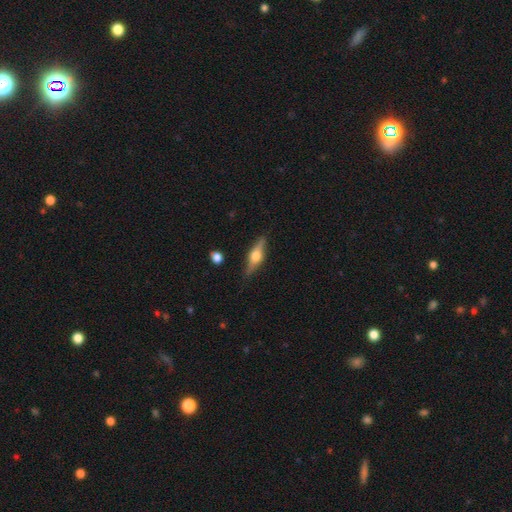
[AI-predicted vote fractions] Q: Smooth or featured?
A: featured or disk (62%); runner-up: smooth (32%)
Q: Edge-on disk?
A: yes (95%); runner-up: no (5%)
Q: Edge-on bulge?
A: rounded (93%); runner-up: boxy (5%)
Q: Merging?
A: none (84%); runner-up: minor disturbance (11%)